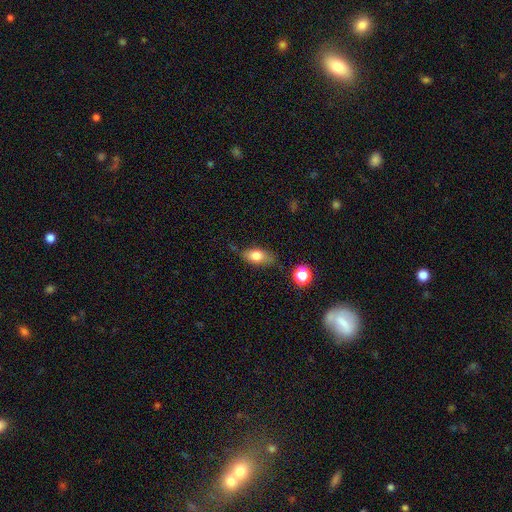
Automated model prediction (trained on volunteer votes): Overall: smooth (75%). How rounded: in between (81%). Merging: none (72%).